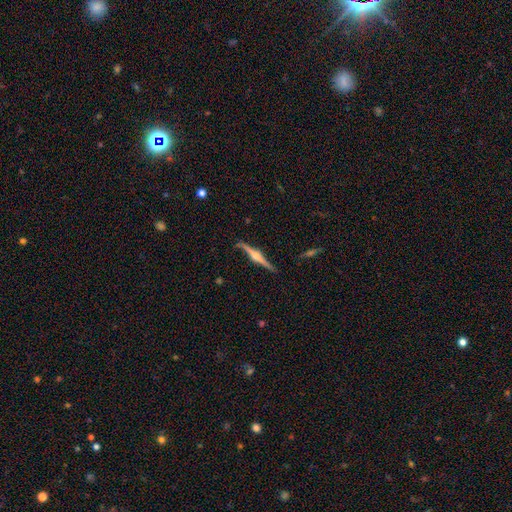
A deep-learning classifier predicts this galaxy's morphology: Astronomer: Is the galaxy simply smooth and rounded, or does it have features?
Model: featured or disk — 84%.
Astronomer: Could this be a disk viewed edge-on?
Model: yes — 98%.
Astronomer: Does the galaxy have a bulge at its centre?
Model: rounded — 90%.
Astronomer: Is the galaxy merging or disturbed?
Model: none — 86%.